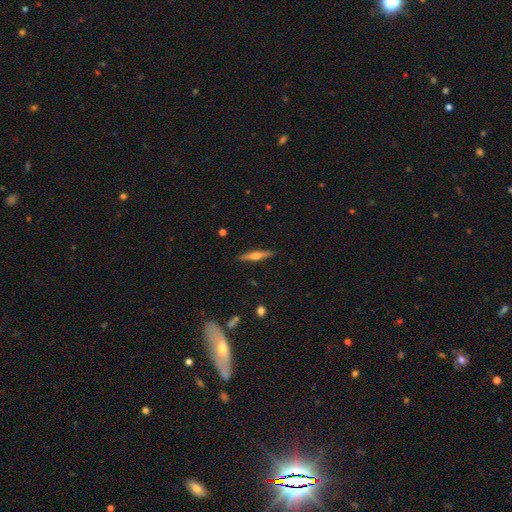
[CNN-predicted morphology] Smooth or featured? Predicted: featured or disk (p=0.60). Edge-on disk? Predicted: yes (p=0.97). Edge-on bulge? Predicted: rounded (p=0.79). Merging? Predicted: none (p=0.89).